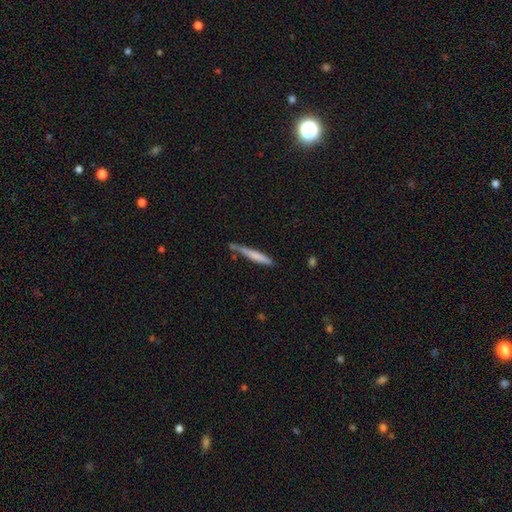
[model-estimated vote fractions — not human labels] Smooth or featured? smooth (69%)
How rounded? cigar-shaped (95%)
Merging? none (64%)